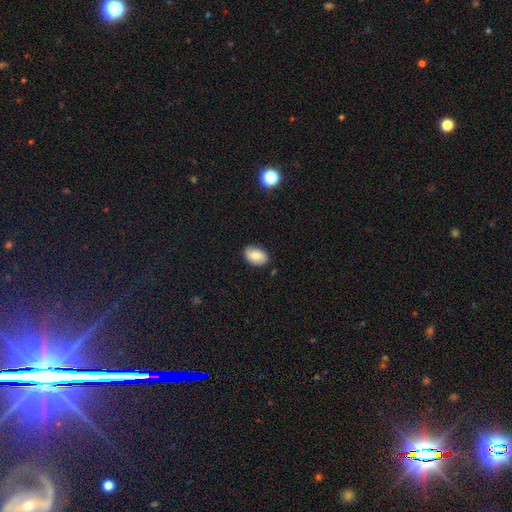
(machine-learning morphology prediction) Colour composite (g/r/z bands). It shows a smooth galaxy with no disk features (77%) that is in between round and cigar-shaped (87%). Merging: none (81%).